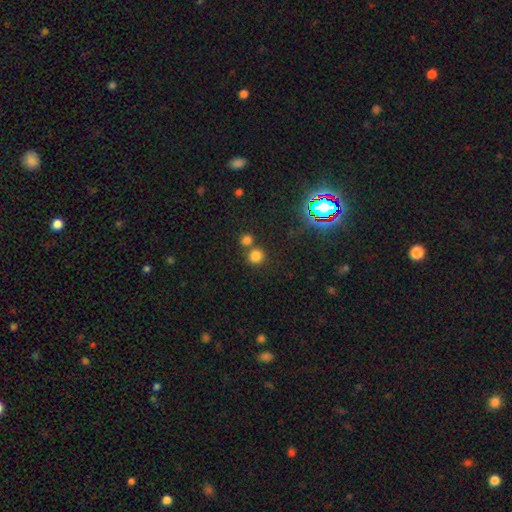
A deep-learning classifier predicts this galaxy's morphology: This appears to be a smooth galaxy with no disk features (77%) that is round (87%). Merging: none (62%).